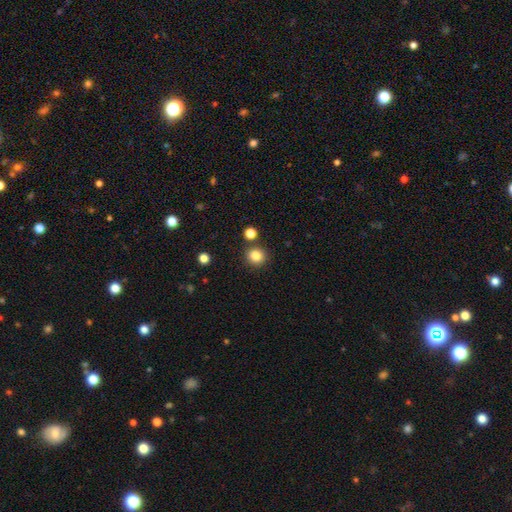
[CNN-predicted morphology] smooth 84%, star or artifact 11%, featured or disk 4%. Down the decision tree: how rounded — round (91%); merging — none (86%).